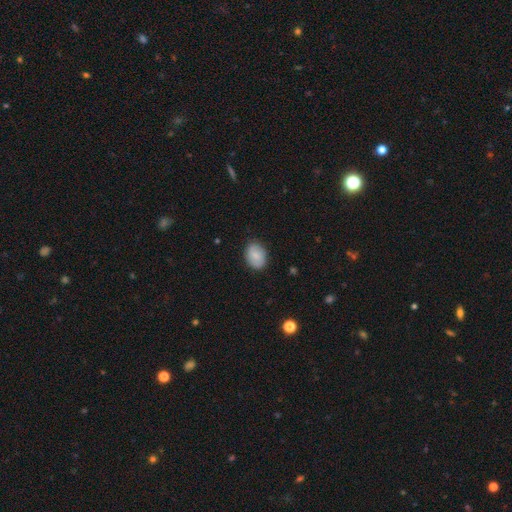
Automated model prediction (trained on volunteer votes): A smooth galaxy with no disk features (77%) that is in between round and cigar-shaped (75%).

Vote fractions:
- Smooth or featured? smooth: 77% / featured or disk: 16% / star or artifact: 7%
- How rounded? in between: 75% / round: 24% / cigar-shaped: 1%
- Merging? none: 85% / minor disturbance: 12% / major disturbance: 2% / merger: 1%